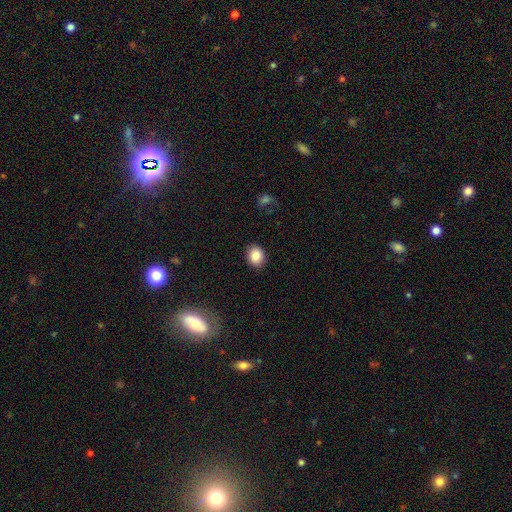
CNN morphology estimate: A smooth galaxy with no disk features (86%) that is round (50%). Merging: none (89%).